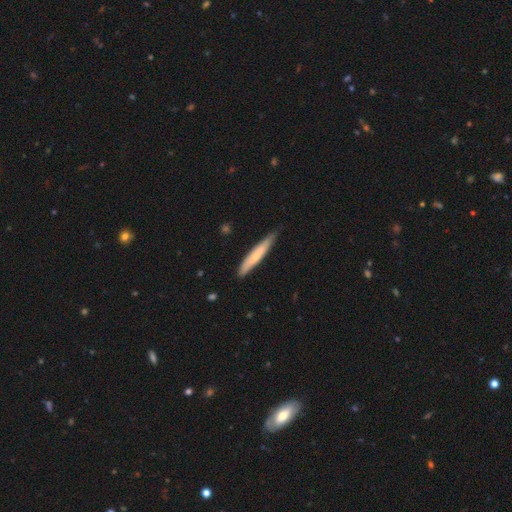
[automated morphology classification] type=smooth (66%); roundness=cigar-shaped (94%); merging=none (78%).